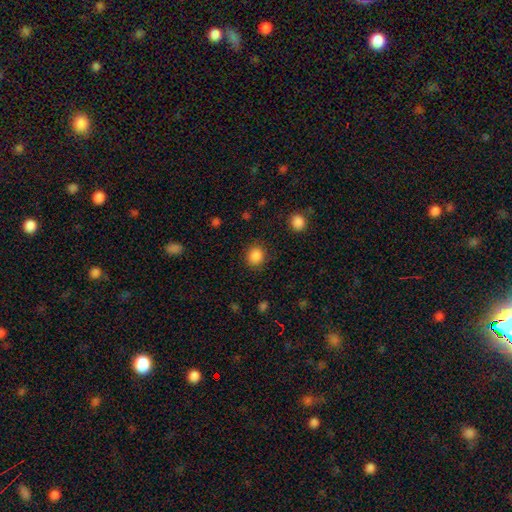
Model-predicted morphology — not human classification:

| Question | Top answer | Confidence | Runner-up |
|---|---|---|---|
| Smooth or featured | smooth | 87% | star or artifact (10%) |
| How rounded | round | 75% | in between (24%) |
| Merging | none | 87% | minor disturbance (8%) |